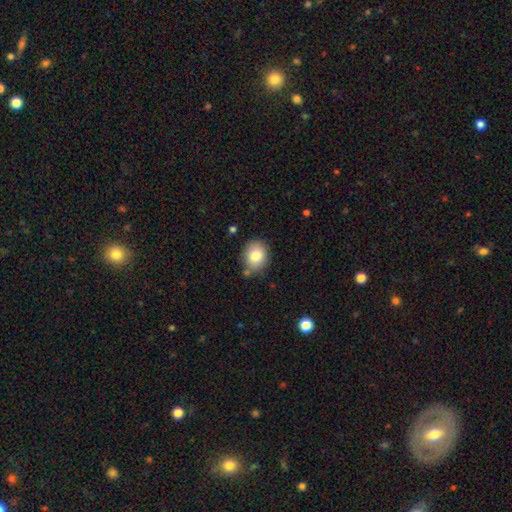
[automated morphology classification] type=smooth (81%); roundness=round (62%); merging=none (74%).